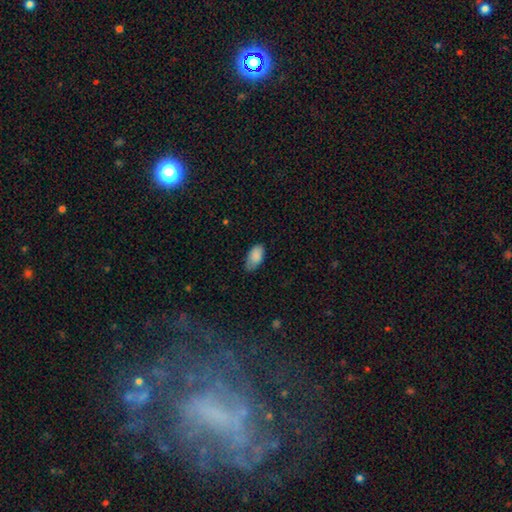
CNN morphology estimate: This is clearly a smooth galaxy (87%). How rounded: clearly in between (94%). Merging: likely none (62%).